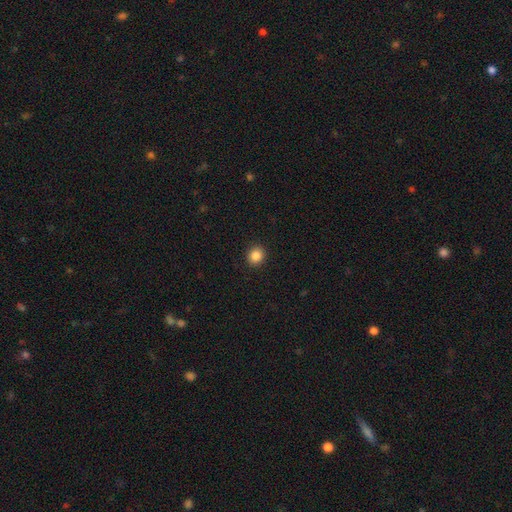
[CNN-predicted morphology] smooth-or-featured: smooth: 86% | star or artifact: 10% | featured or disk: 4%
  how-rounded: round: 83% | in between: 16% | cigar-shaped: 1%
  merging: none: 92% | minor disturbance: 5% | major disturbance: 2% | merger: 1%